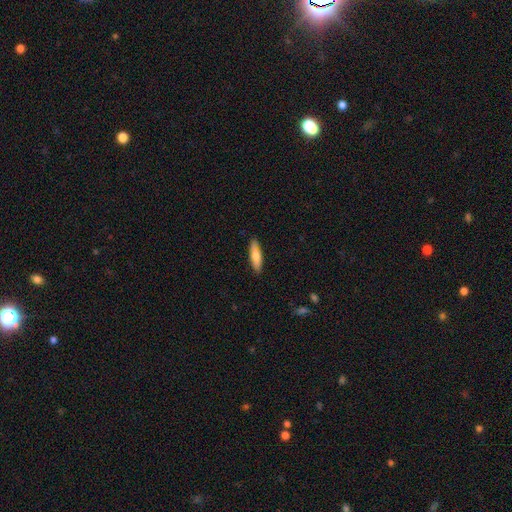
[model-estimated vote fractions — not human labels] The model was most divided on "how rounded": cigar-shaped: 69%, in between: 30%, round: 2%. More confident: merging — none (86%); smooth or featured — smooth (72%).